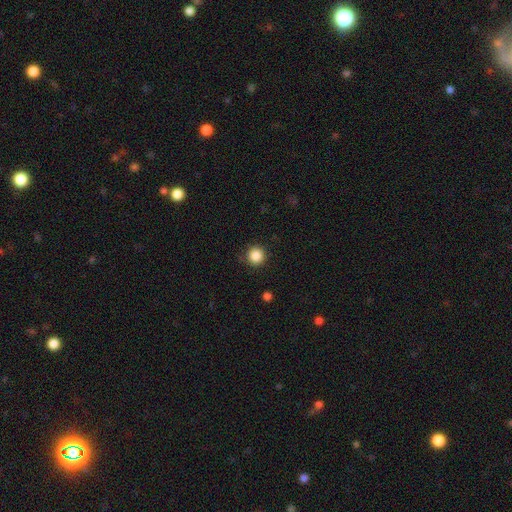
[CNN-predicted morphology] Overall: smooth (86%). How rounded: round (95%). Merging: none (88%).